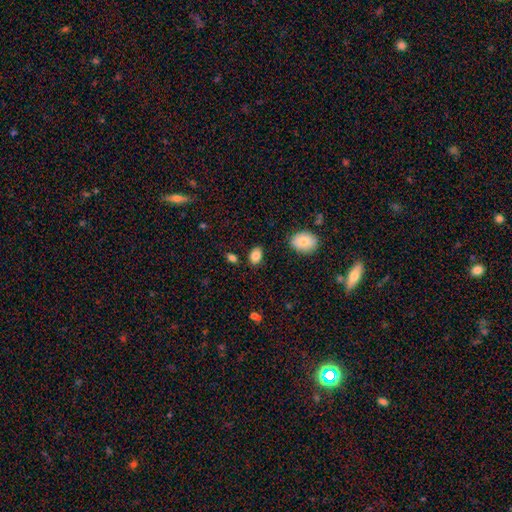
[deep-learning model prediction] Smooth or featured? smooth (85%)
How rounded? in between (84%)
Merging? none (84%)